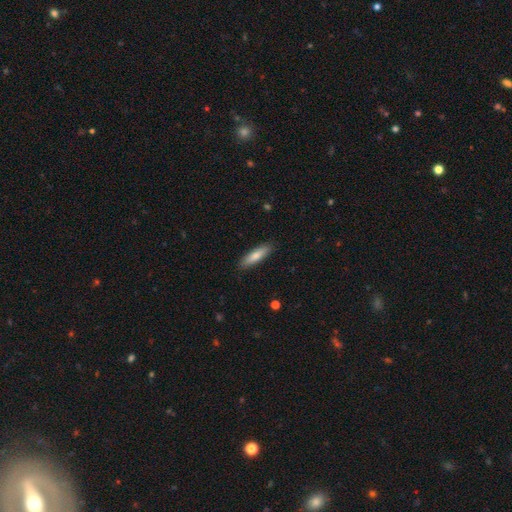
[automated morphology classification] type=smooth (79%); roundness=cigar-shaped (66%); merging=none (88%).